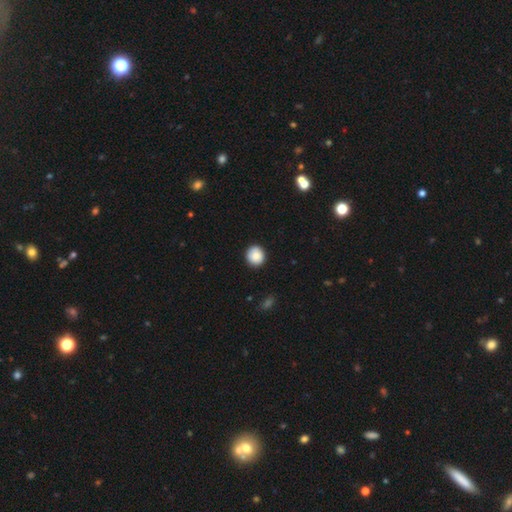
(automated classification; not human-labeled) smooth 87%, star or artifact 8%, featured or disk 5%. Down the decision tree: how rounded — round (92%); merging — none (90%).